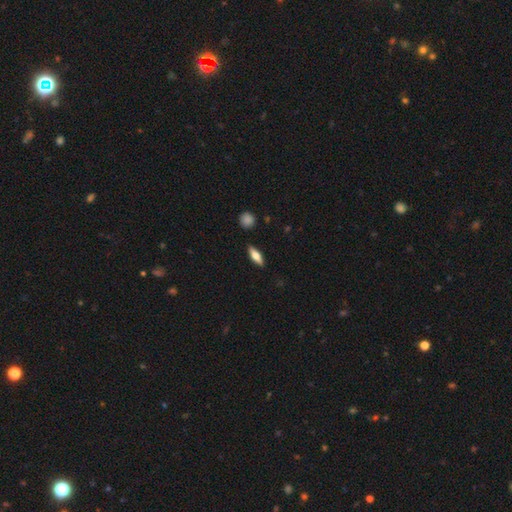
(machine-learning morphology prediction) The model was most divided on "how rounded": in between: 51%, cigar-shaped: 46%, round: 3%. More confident: merging — none (88%); smooth or featured — smooth (55%).